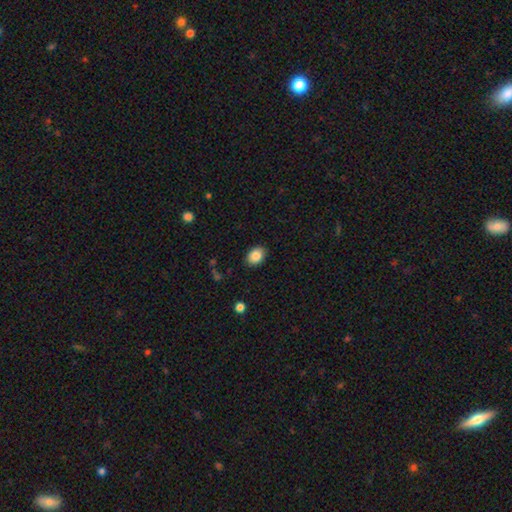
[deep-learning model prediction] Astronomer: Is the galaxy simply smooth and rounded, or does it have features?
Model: smooth — 86%.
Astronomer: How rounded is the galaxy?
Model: in between — 67%.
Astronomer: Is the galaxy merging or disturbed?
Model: none — 87%.